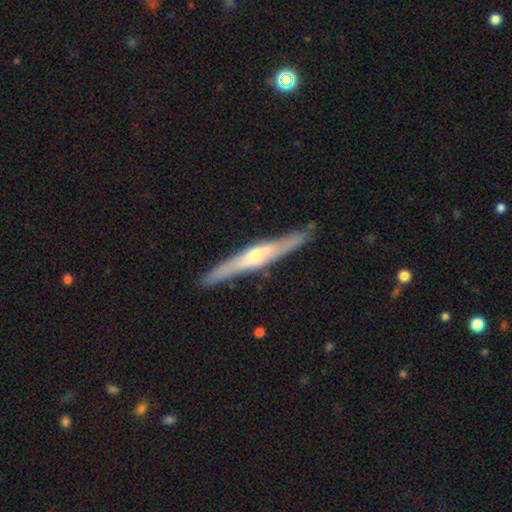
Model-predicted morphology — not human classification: smooth-or-featured: featured or disk: 74% | smooth: 21% | star or artifact: 5%
  disk-edge-on: yes: 93% | no: 7%
    edge-on-bulge: rounded: 79% | none: 14% | boxy: 7%
  merging: none: 87% | minor disturbance: 9% | major disturbance: 2% | merger: 1%